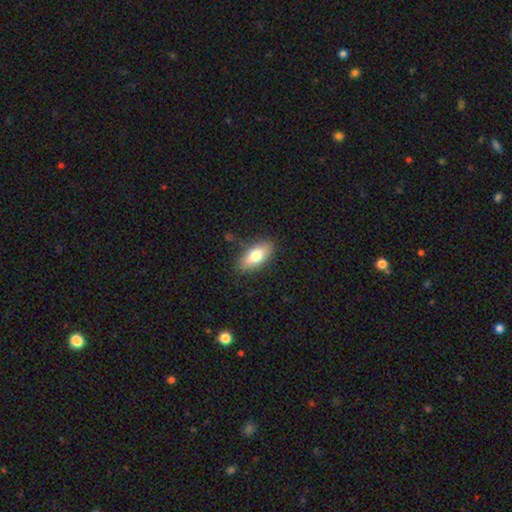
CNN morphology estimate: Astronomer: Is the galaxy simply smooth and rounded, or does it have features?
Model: smooth — 77%.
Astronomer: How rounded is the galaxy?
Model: in between — 86%.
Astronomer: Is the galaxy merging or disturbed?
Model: none — 83%.